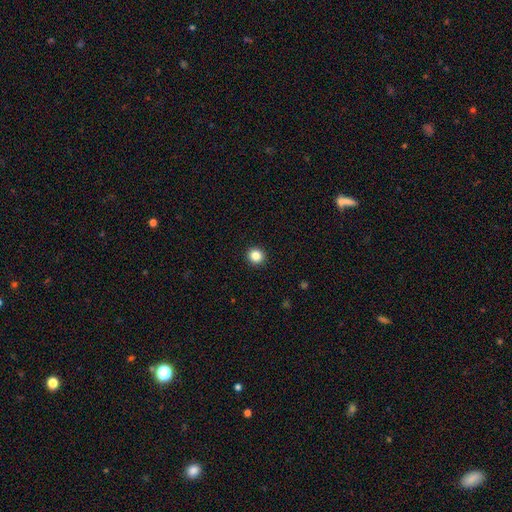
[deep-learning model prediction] A smooth galaxy with no disk features (84%) that is round (94%). Merging: none (93%).